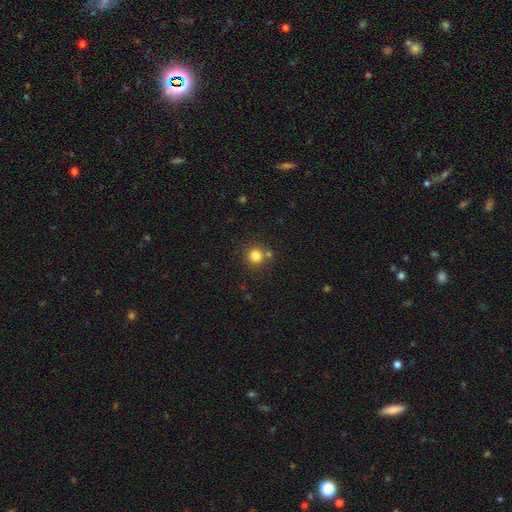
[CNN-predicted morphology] Smooth or featured? Predicted: smooth (p=0.82). How rounded? Predicted: round (p=0.94). Merging? Predicted: none (p=0.78).